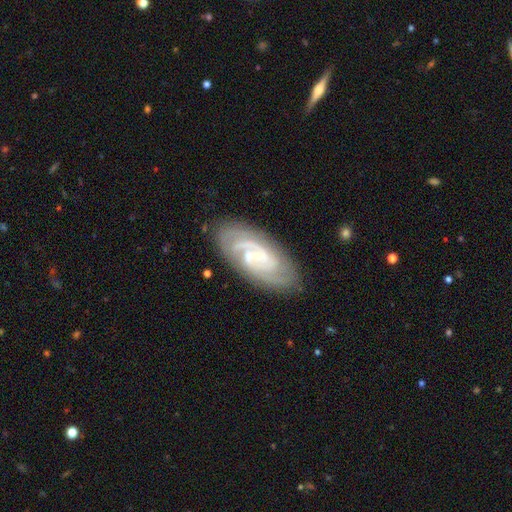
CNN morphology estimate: featured or disk 86%, smooth 8%, star or artifact 6%. Down the decision tree: edge-on disk — no (95%); bar — weak (47%); spiral arms — yes (97%); spiral arm count — 2 (56%); spiral winding — tight (55%); bulge size — small (73%); merging — none (82%).